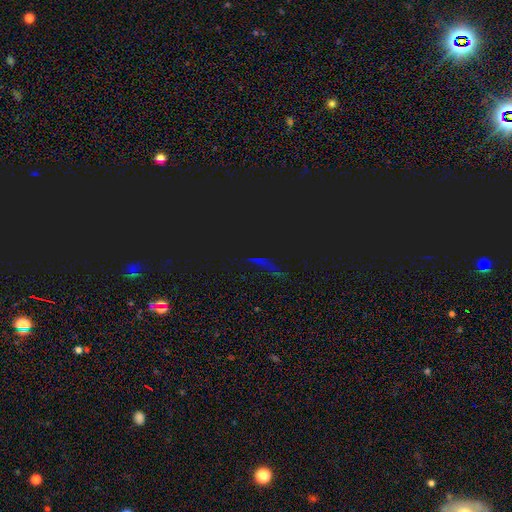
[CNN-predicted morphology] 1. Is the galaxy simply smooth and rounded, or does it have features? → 81% star or artifact, 11% smooth, 8% featured or disk.